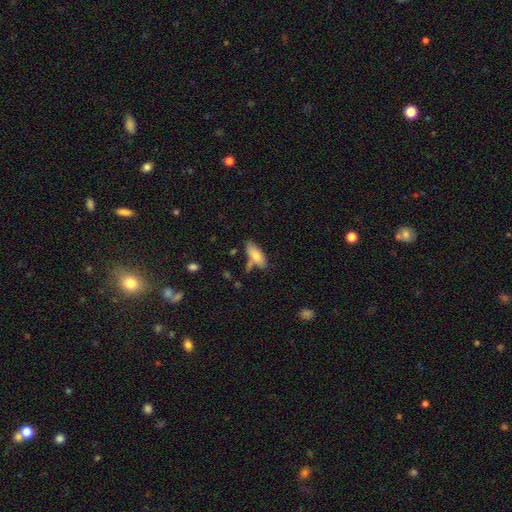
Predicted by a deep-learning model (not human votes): smooth 76%, featured or disk 17%, star or artifact 7%. Down the decision tree: how rounded — in between (73%); merging — none (63%).